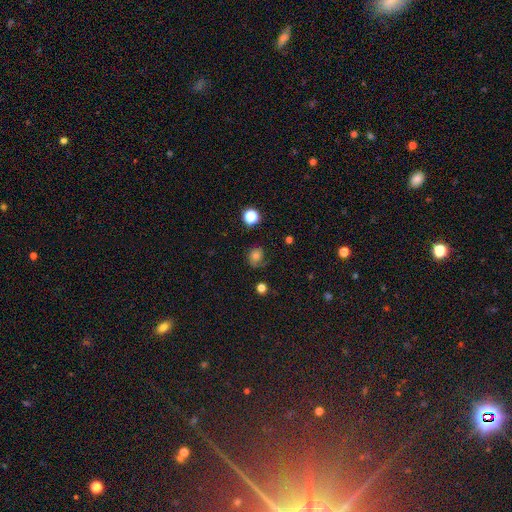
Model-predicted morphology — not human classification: smooth-or-featured: smooth: 62% | featured or disk: 22% | star or artifact: 16%
  how-rounded: round: 62% | in between: 37% | cigar-shaped: 1%
  merging: none: 58% | minor disturbance: 25% | major disturbance: 15% | merger: 2%